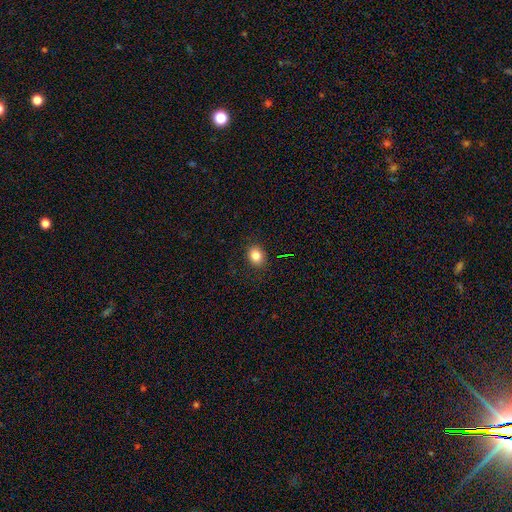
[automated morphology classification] smooth-or-featured: smooth: 84% | star or artifact: 11% | featured or disk: 6%
  how-rounded: round: 54% | in between: 45% | cigar-shaped: 1%
  merging: none: 89% | minor disturbance: 8% | major disturbance: 2% | merger: 1%